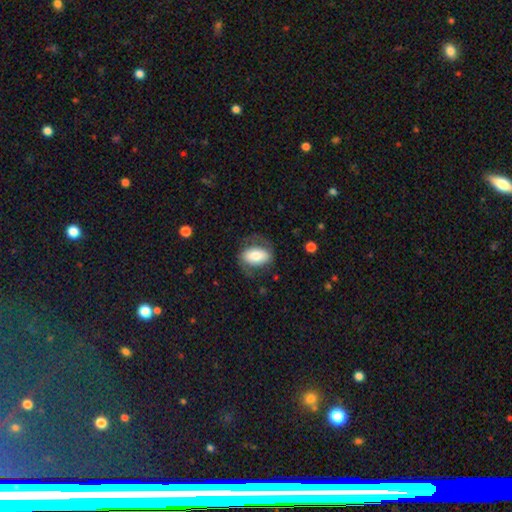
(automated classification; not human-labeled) Q: Smooth or featured?
A: smooth (62%); runner-up: featured or disk (31%)
Q: How rounded?
A: in between (88%); runner-up: round (10%)
Q: Merging?
A: none (65%); runner-up: minor disturbance (20%)